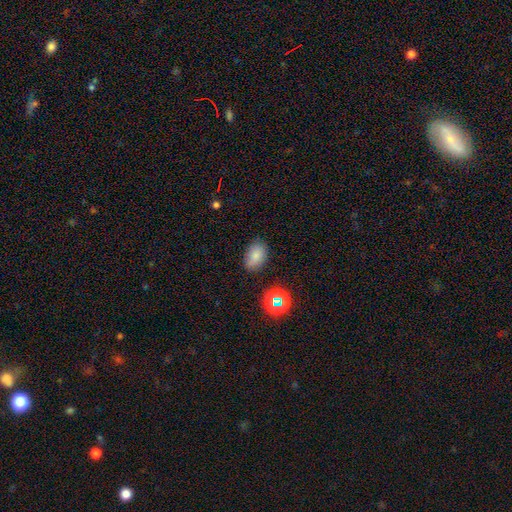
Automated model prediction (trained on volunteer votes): Smooth or featured? Predicted: smooth (p=0.78). How rounded? Predicted: in between (p=0.85). Merging? Predicted: none (p=0.74).